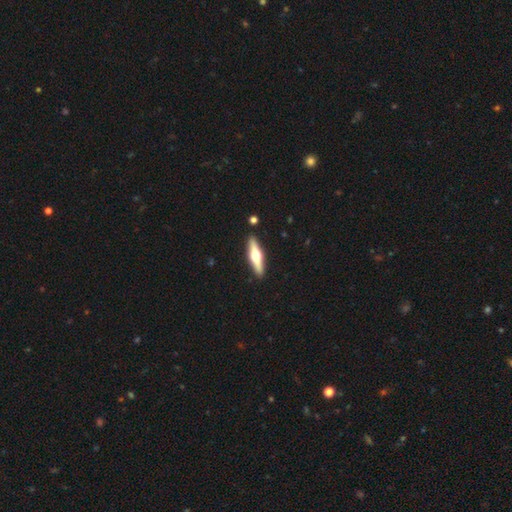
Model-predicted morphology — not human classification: Smooth or featured: featured or disk — 62% (smooth — 33%)
Edge-on disk: yes — 96% (no — 4%)
Edge-on bulge: rounded — 96% (boxy — 3%)
Merging: none — 91% (minor disturbance — 6%)